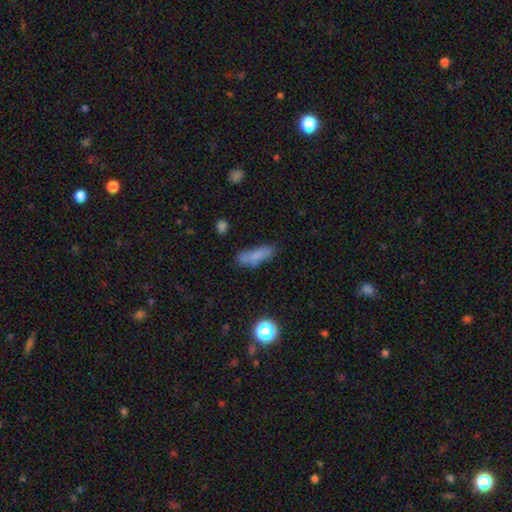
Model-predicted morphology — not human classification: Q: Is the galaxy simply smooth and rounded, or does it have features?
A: smooth — 68%.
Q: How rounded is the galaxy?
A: in between — 52%.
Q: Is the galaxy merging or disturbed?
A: none — 50%.